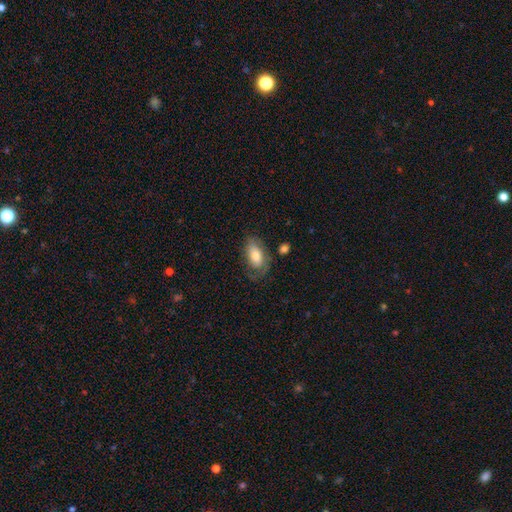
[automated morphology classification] The model was most divided on "merging": none: 57%, minor disturbance: 25%, major disturbance: 14%, merger: 4%. More confident: how rounded — in between (91%); smooth or featured — smooth (70%).